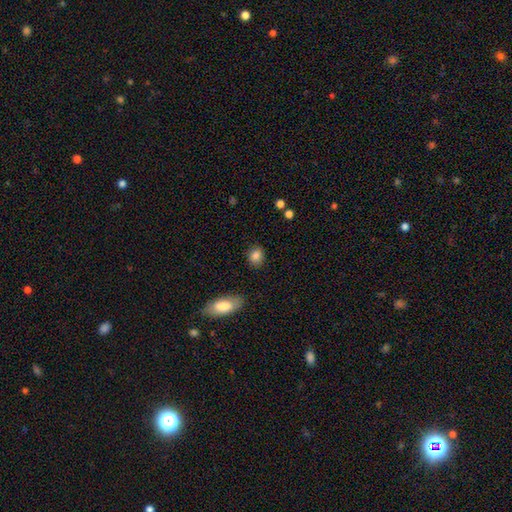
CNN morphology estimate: type=smooth (85%); roundness=round (53%); merging=none (86%).